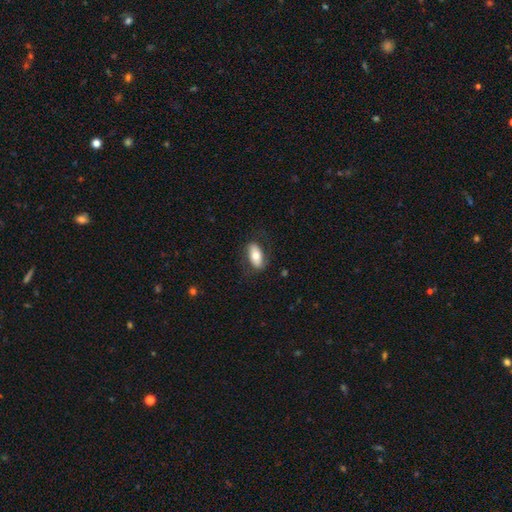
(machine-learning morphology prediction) Q: Smooth or featured?
A: smooth (70%); runner-up: featured or disk (24%)
Q: How rounded?
A: in between (88%); runner-up: cigar-shaped (8%)
Q: Merging?
A: none (77%); runner-up: minor disturbance (16%)